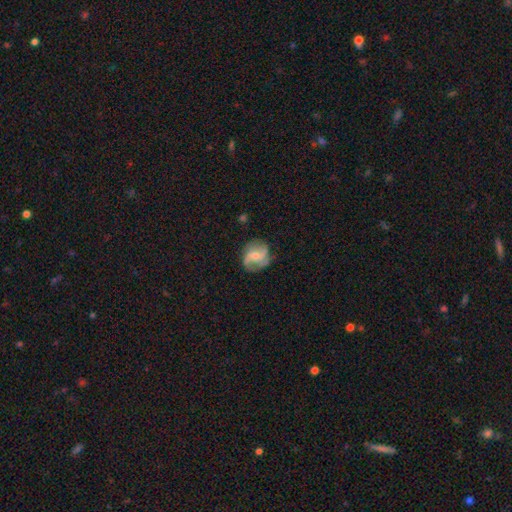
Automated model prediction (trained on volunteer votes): Overall: featured or disk (77%). Edge-on disk: no (98%). Bar: no (48%; weak 40%). Spiral arms: yes (94%). Spiral arm count: 2 (54%; 3 25%). Spiral winding: medium (44%; loose 41%). Bulge size: small (51%; moderate 43%). Merging: none (73%).